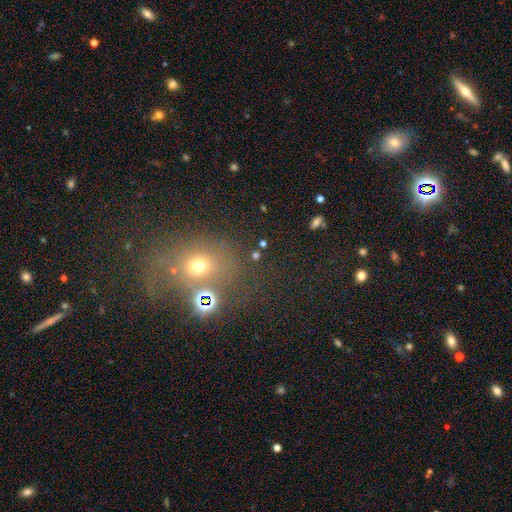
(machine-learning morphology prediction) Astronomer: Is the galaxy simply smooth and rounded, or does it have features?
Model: smooth — 46% (runner-up: star or artifact, 42%).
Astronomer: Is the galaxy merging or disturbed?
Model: none — 72%.